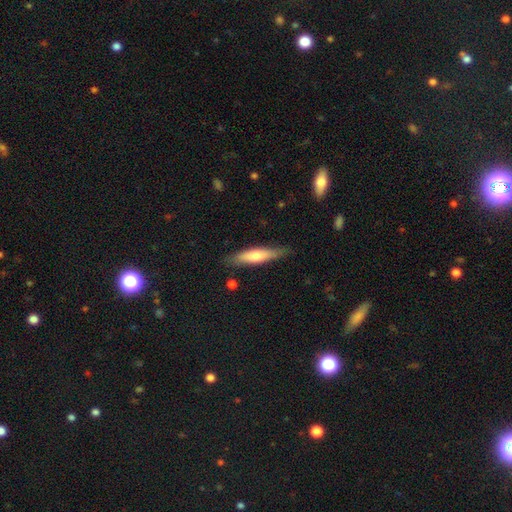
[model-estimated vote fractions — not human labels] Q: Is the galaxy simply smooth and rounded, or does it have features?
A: smooth — 61%.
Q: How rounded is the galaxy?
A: cigar-shaped — 78%.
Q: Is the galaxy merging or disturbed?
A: none — 81%.